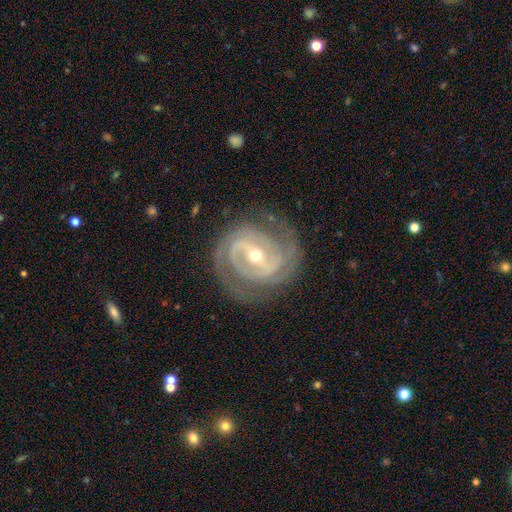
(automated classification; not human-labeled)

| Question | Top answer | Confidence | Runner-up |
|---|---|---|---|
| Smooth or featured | featured or disk | 89% | smooth (6%) |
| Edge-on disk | no | 96% | yes (4%) |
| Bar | strong | 47% | weak (37%) |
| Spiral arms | yes | 96% | no (4%) |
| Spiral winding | tight | 61% | medium (32%) |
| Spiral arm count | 2 | 57% | 3 (17%) |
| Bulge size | small | 50% | moderate (47%) |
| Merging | none | 76% | minor disturbance (15%) |